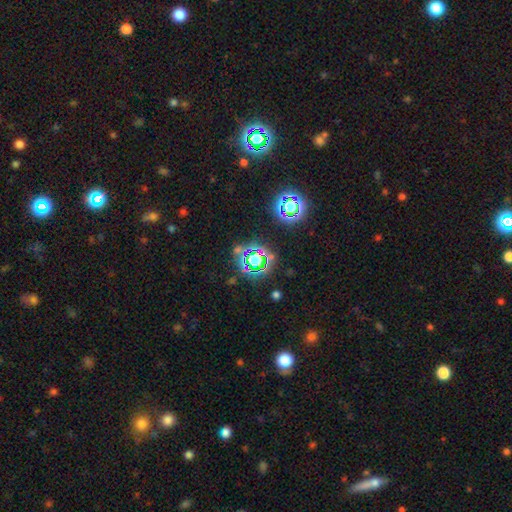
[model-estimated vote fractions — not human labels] Smooth or featured? star or artifact (70%)